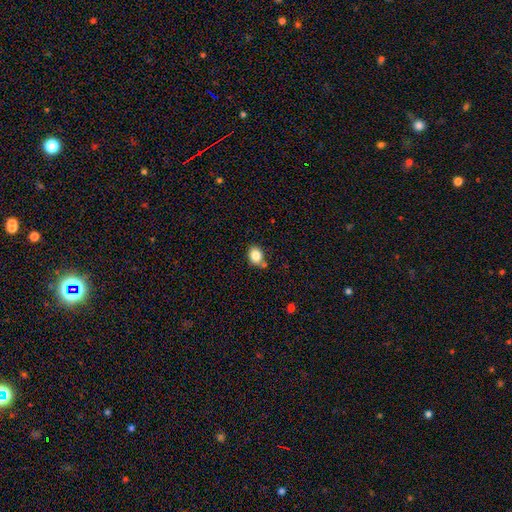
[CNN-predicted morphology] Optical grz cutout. It shows a smooth galaxy with no disk features (84%) that is round (52%). Merging: none (75%).